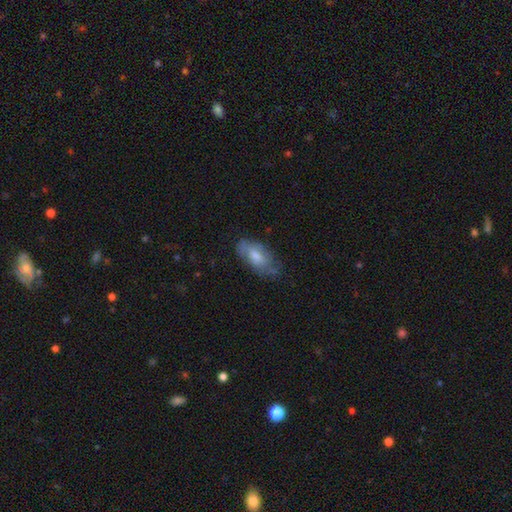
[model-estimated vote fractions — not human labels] Smooth or featured? Predicted: smooth (p=0.50). How rounded? Predicted: in between (p=0.87). Merging? Predicted: none (p=0.61).